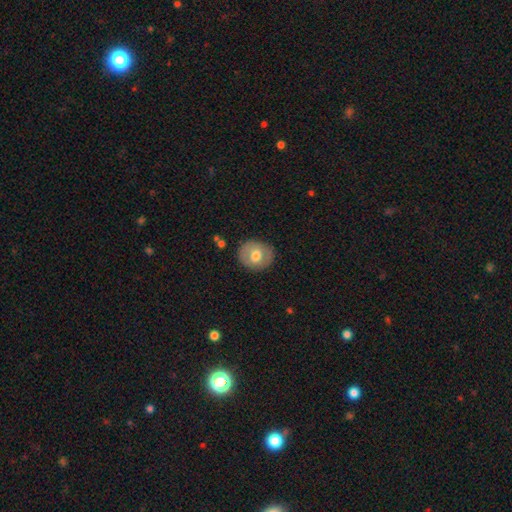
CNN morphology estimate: Smooth or featured?
  - smooth: 61% *
  - featured or disk: 32%
  - star or artifact: 7%
How rounded?
  - round: 79% *
  - in between: 20%
  - cigar-shaped: 1%
Merging?
  - none: 86% *
  - minor disturbance: 10%
  - major disturbance: 3%
  - merger: 1%